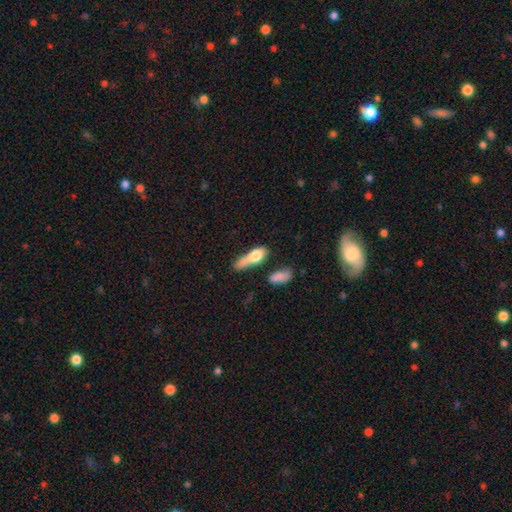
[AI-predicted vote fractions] Smooth or featured? Predicted: smooth (p=0.69). How rounded? Predicted: in between (p=0.53). Merging? Predicted: merger (p=0.28).